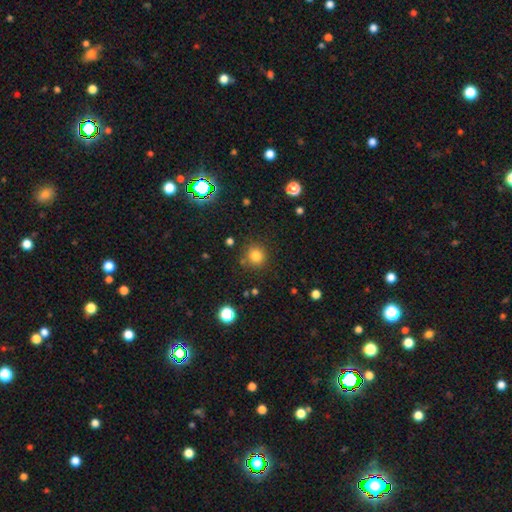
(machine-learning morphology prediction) This is clearly a smooth galaxy (80%). How rounded: clearly round (92%). Merging: clearly none (84%).